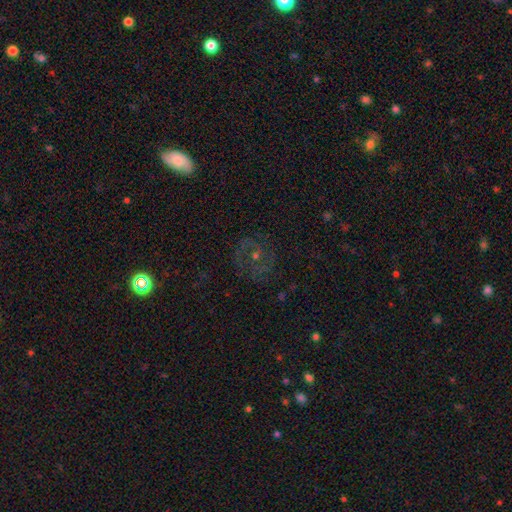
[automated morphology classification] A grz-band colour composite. It shows a featured or disk galaxy (51%). Merging: none (76%).